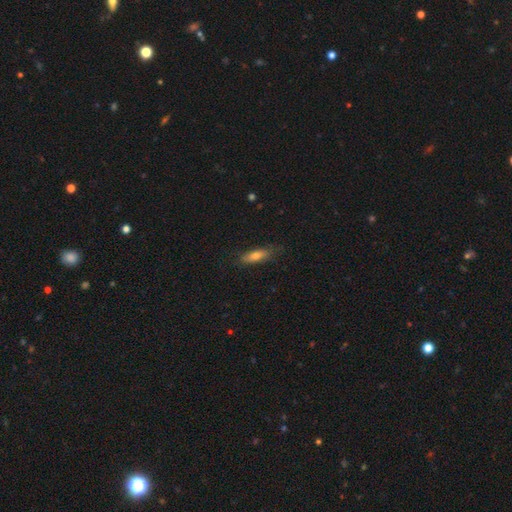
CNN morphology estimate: The model was most divided on "how rounded": cigar-shaped: 58%, in between: 40%, round: 3%. More confident: merging — none (79%); smooth or featured — smooth (64%).